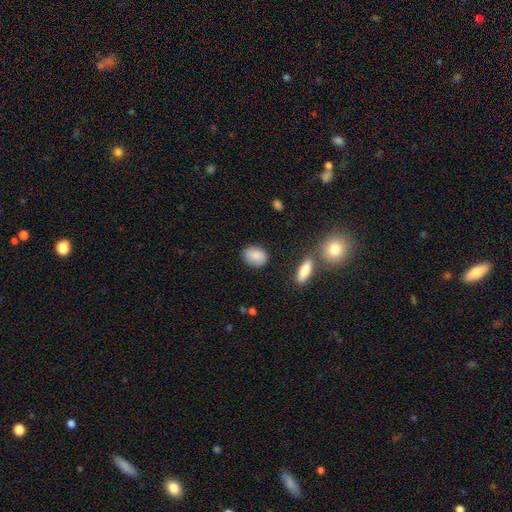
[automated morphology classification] type=smooth (85%); roundness=in between (59%); merging=none (83%).